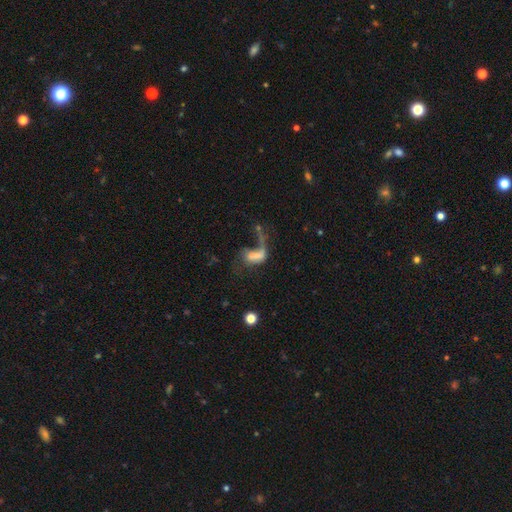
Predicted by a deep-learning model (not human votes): Q: Smooth or featured?
A: featured or disk (44%); runner-up: smooth (43%)
Q: Merging?
A: major disturbance (47%); runner-up: merger (28%)